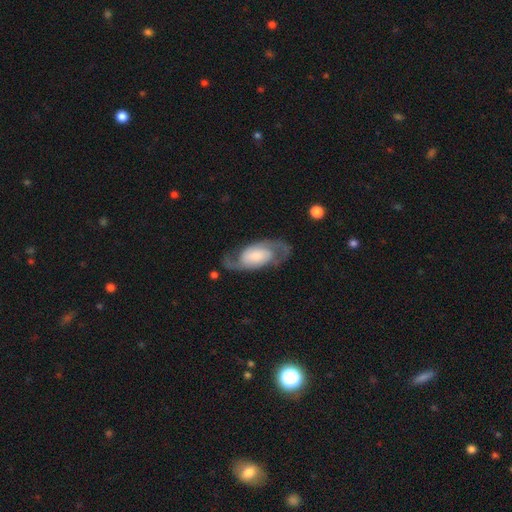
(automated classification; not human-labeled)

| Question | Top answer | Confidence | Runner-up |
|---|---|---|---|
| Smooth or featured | featured or disk | 79% | smooth (16%) |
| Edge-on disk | no | 95% | yes (5%) |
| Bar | no | 58% | weak (31%) |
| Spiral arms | yes | 93% | no (7%) |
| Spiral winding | medium | 47% | loose (33%) |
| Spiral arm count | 2 | 90% | can't tell (4%) |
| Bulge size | small | 29% | large (28%) |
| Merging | none | 67% | minor disturbance (18%) |